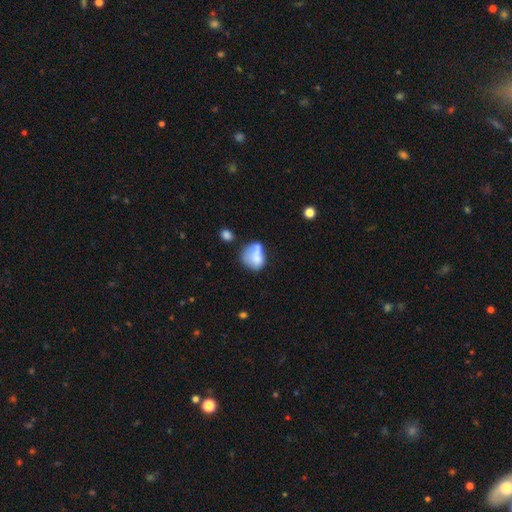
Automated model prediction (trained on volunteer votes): smooth 65%, featured or disk 25%, star or artifact 10%. Down the decision tree: how rounded — round (49%, tied with in between); merging — none (31%).